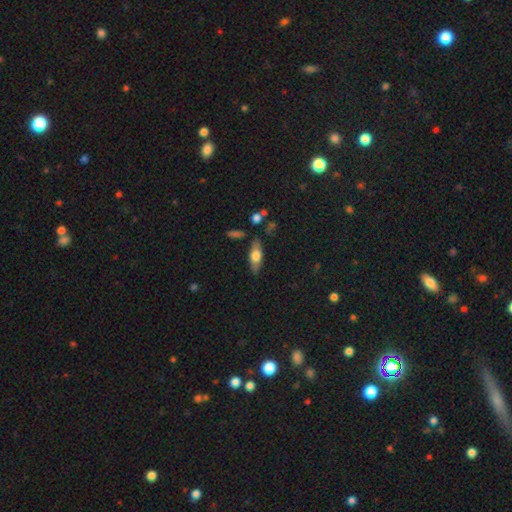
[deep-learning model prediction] Smooth or featured?
  - smooth: 56% *
  - featured or disk: 37%
  - star or artifact: 7%
How rounded?
  - in between: 67% *
  - cigar-shaped: 30%
  - round: 4%
Merging?
  - none: 77% *
  - minor disturbance: 14%
  - merger: 5%
  - major disturbance: 4%